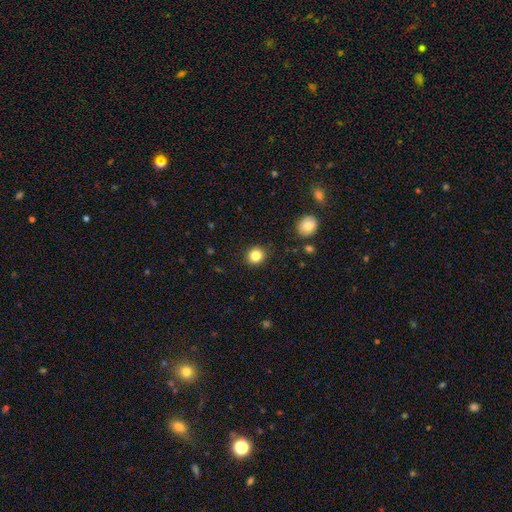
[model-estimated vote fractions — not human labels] This appears to be a smooth galaxy with no disk features (84%) that is round (89%). Merging: none (91%).